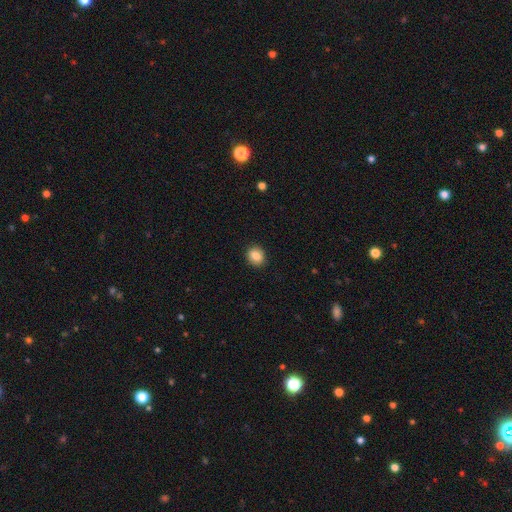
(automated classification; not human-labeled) Smooth or featured? Predicted: smooth (p=0.85). How rounded? Predicted: round (p=0.72). Merging? Predicted: none (p=0.91).